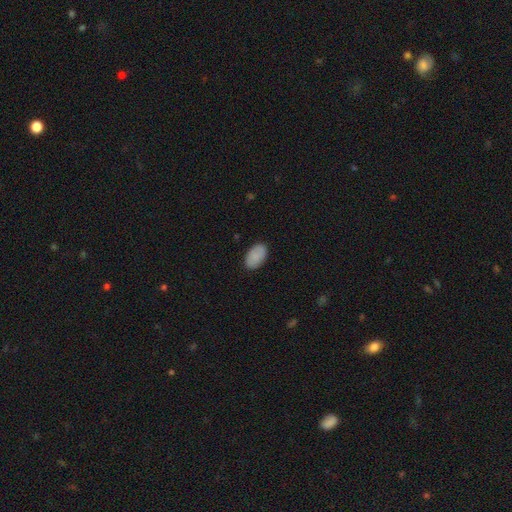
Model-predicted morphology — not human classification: The model was most divided on "merging": none: 87%, minor disturbance: 9%, major disturbance: 2%, merger: 1%. More confident: how rounded — in between (94%); smooth or featured — smooth (89%).